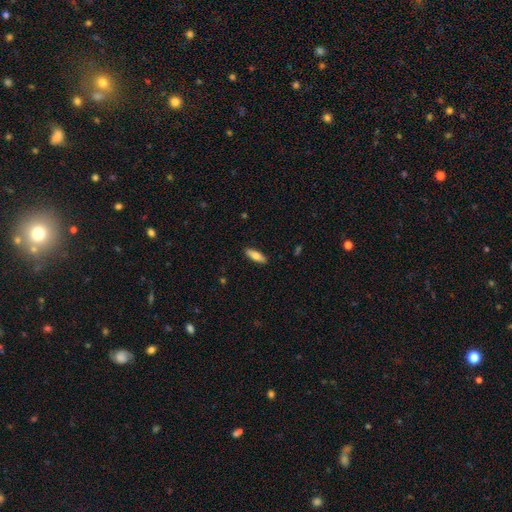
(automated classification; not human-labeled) smooth_or_featured: smooth (p=0.72) [alt: featured or disk p=0.22]
how_rounded: in between (p=0.52) [alt: cigar-shaped p=0.46]
merging: none (p=0.90) [alt: minor disturbance p=0.08]